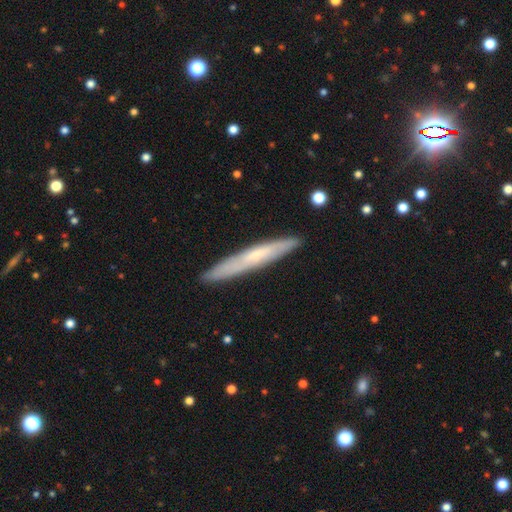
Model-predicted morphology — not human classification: Smooth or featured? smooth (48%)
Merging? none (89%)